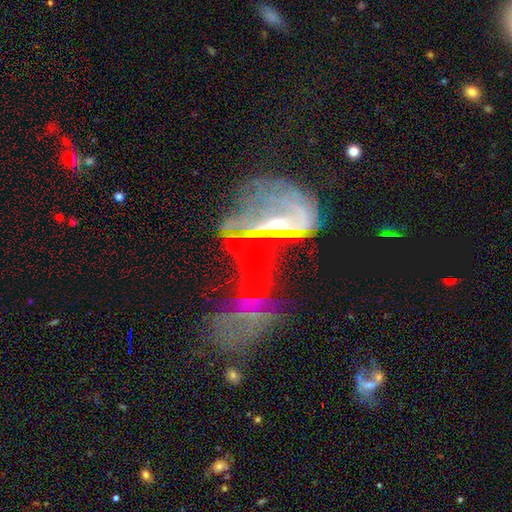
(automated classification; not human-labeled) Morphology: type=featured or disk (64%); edge-on=no (92%); bar=no (56%); spiral arms=no (63%); bulge=small (36%); merging=merger (53%).